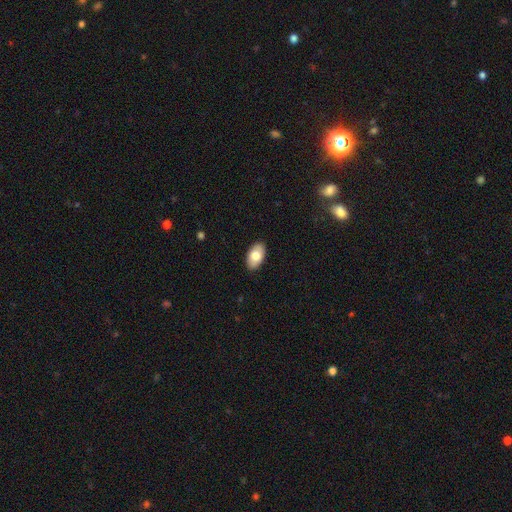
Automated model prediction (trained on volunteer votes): smooth_or_featured: smooth (p=0.78) [alt: featured or disk p=0.16]
how_rounded: in between (p=0.94) [alt: round p=0.04]
merging: none (p=0.89) [alt: minor disturbance p=0.08]